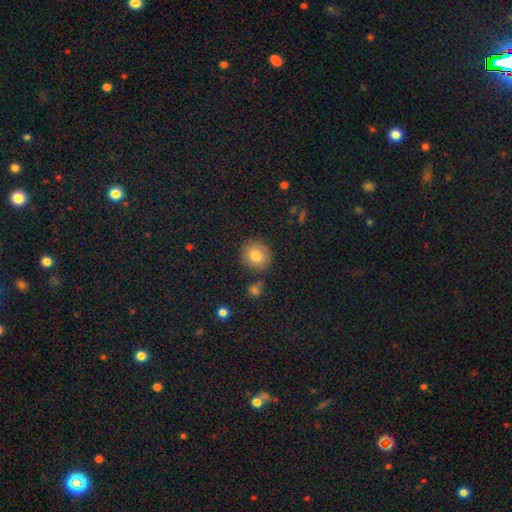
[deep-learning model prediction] smooth 81%, star or artifact 10%, featured or disk 9%. Down the decision tree: how rounded — round (83%); merging — none (82%).